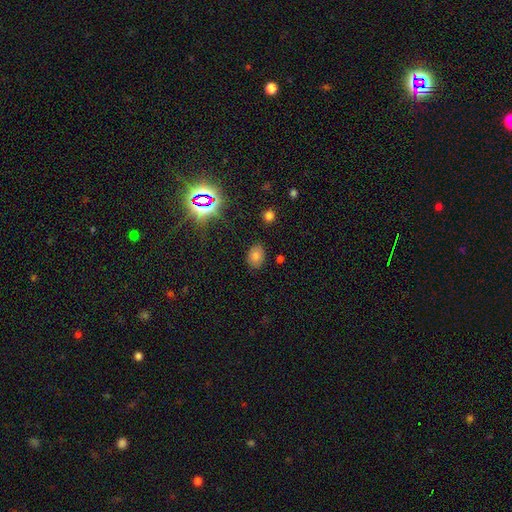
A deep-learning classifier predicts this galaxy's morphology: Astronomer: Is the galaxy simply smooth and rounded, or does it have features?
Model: smooth — 71%.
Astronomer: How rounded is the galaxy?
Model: in between — 69%.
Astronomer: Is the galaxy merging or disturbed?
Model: none — 83%.